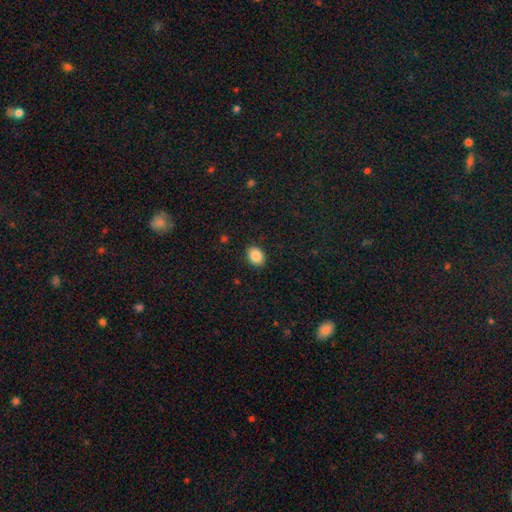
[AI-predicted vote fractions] Overall: smooth (88%). How rounded: in between (69%; round 30%). Merging: none (89%).